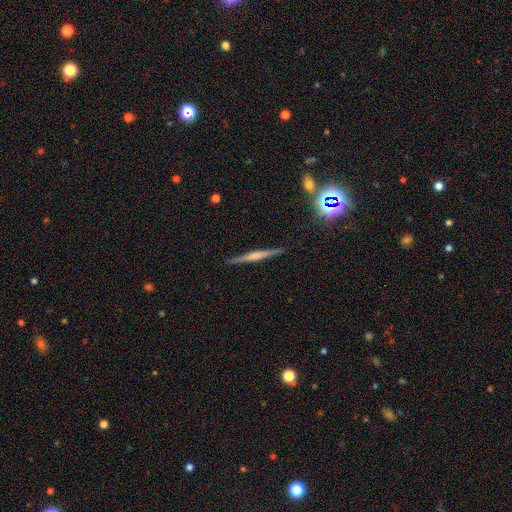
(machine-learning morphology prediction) smooth_or_featured: featured or disk (p=0.65) [alt: smooth p=0.27]
disk_edge_on: yes (p=0.98) [alt: no p=0.02]
edge_on_bulge: rounded (p=0.44) [alt: none p=0.29]
merging: none (p=0.90) [alt: minor disturbance p=0.07]